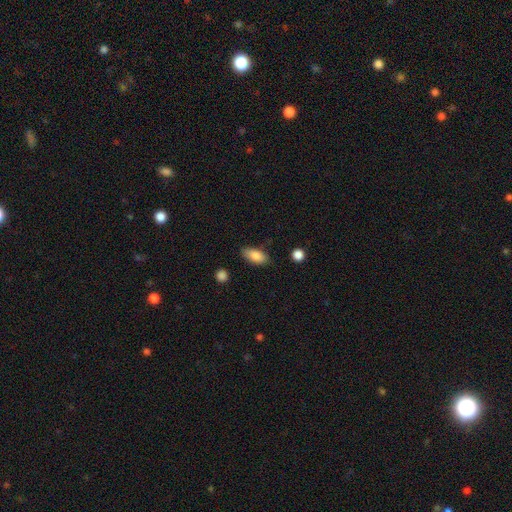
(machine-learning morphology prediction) Smooth or featured?
  - smooth: 86% *
  - star or artifact: 7%
  - featured or disk: 7%
How rounded?
  - in between: 89% *
  - cigar-shaped: 8%
  - round: 3%
Merging?
  - none: 81% *
  - minor disturbance: 14%
  - major disturbance: 3%
  - merger: 2%